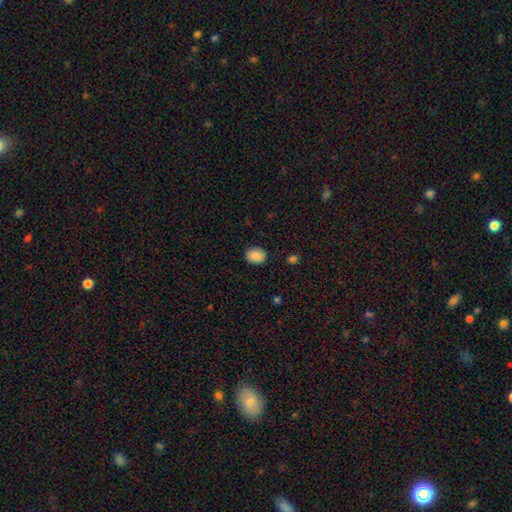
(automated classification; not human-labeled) Smooth or featured: smooth — 88% (star or artifact — 8%)
How rounded: in between — 54% (round — 45%)
Merging: none — 88% (minor disturbance — 9%)